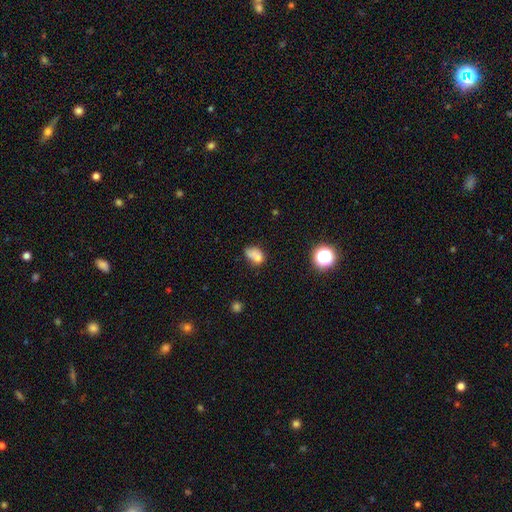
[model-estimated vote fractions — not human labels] Overall: smooth (72%). How rounded: in between (70%). Merging: none (35%; minor disturbance 28%).